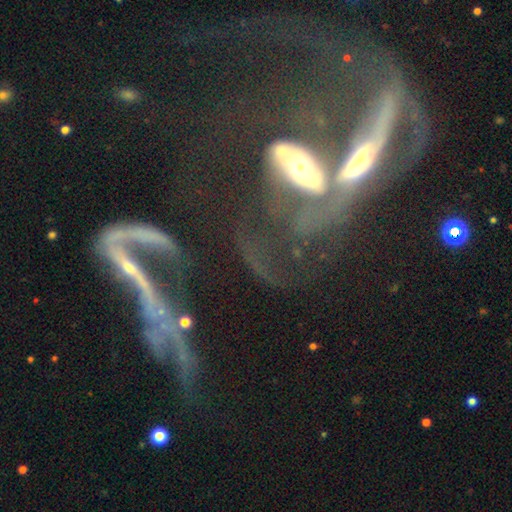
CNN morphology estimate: Smooth or featured: featured or disk — 69% (star or artifact — 16%)
Edge-on disk: no — 85% (yes — 15%)
Bar: no — 66% (weak — 19%)
Spiral arms: yes — 58% (no — 42%)
Bulge size: small — 35% (moderate — 32%)
Merging: merger — 61% (major disturbance — 22%)